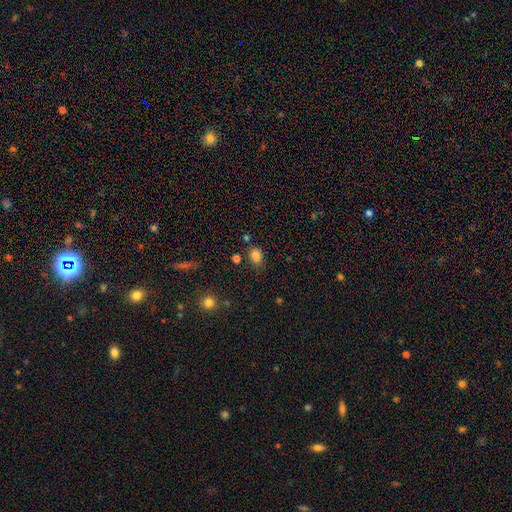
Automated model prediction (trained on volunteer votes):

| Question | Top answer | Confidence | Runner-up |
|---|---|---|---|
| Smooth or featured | smooth | 83% | star or artifact (12%) |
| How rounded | in between | 68% | round (31%) |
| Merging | none | 77% | minor disturbance (14%) |